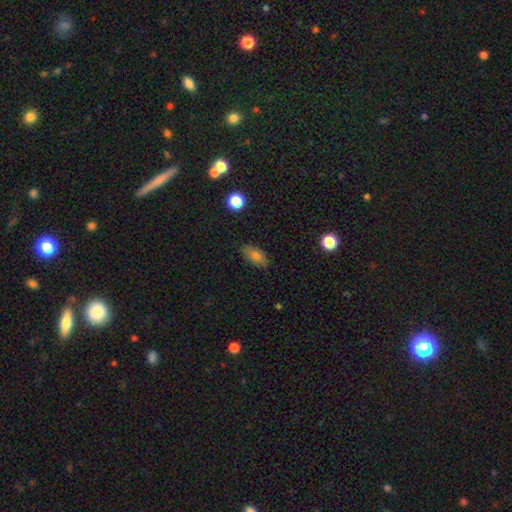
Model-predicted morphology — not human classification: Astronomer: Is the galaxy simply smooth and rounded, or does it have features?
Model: smooth — 75%.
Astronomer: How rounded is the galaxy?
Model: in between — 87%.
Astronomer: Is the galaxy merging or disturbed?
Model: none — 83%.